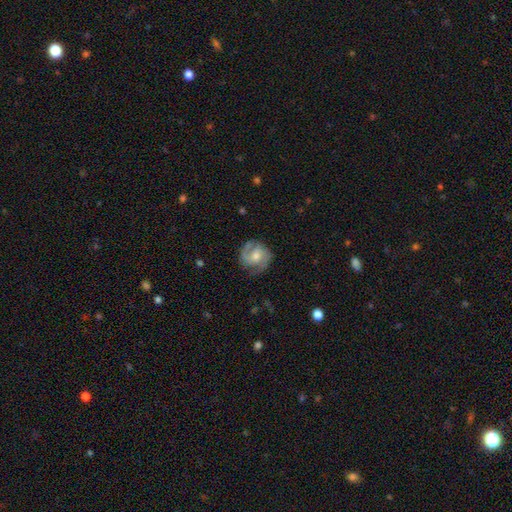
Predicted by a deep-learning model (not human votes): smooth-or-featured: featured or disk: 78% | smooth: 15% | star or artifact: 7%
  disk-edge-on: no: 98% | yes: 2%
    bar: no: 54% | weak: 38% | strong: 8%
    has-spiral-arms: yes: 95% | no: 5%
      spiral-winding: medium: 47% | tight: 39% | loose: 15%
      spiral-arm-count: 2: 79% | can't tell: 8% | 3: 6% | 1: 4% | 4: 2% | more than 4: 2%
    bulge-size: moderate: 58% | small: 31% | large: 6% | none: 4% | dominant: 1%
  merging: none: 77% | minor disturbance: 16% | major disturbance: 6% | merger: 1%